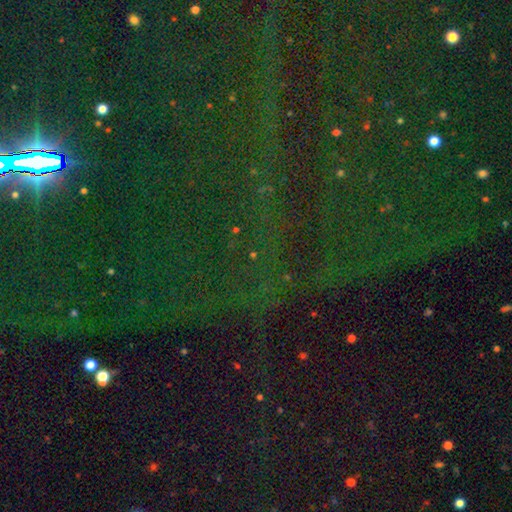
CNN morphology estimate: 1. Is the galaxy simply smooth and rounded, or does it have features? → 83% star or artifact, 9% smooth, 8% featured or disk.